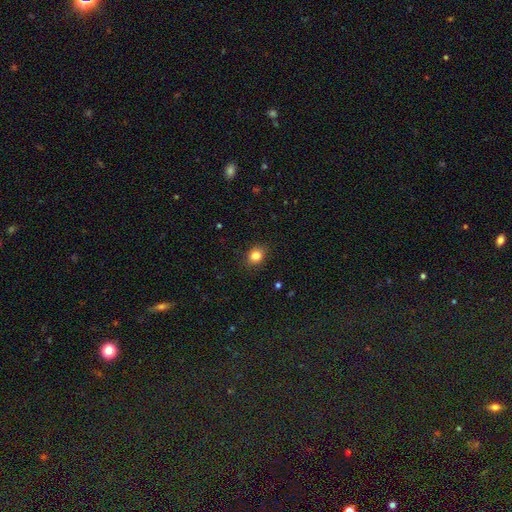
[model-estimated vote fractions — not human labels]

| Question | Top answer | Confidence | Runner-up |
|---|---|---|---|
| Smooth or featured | smooth | 83% | star or artifact (11%) |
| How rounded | round | 59% | in between (40%) |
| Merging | none | 88% | minor disturbance (9%) |